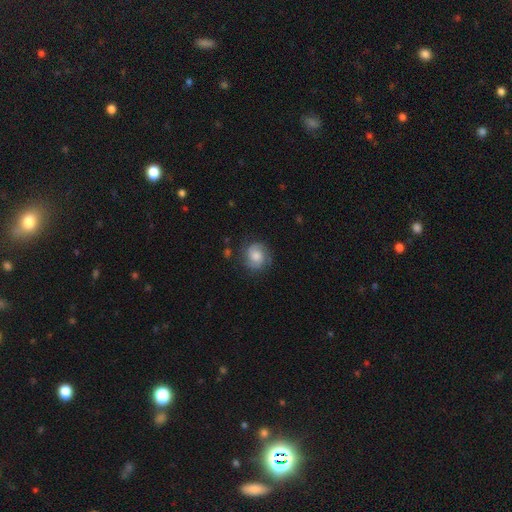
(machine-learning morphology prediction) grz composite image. It shows a featured or disk galaxy (52%) with no bar (70%), spiral arms (90%) and a moderate central bulge (46%). Merging: none (77%).